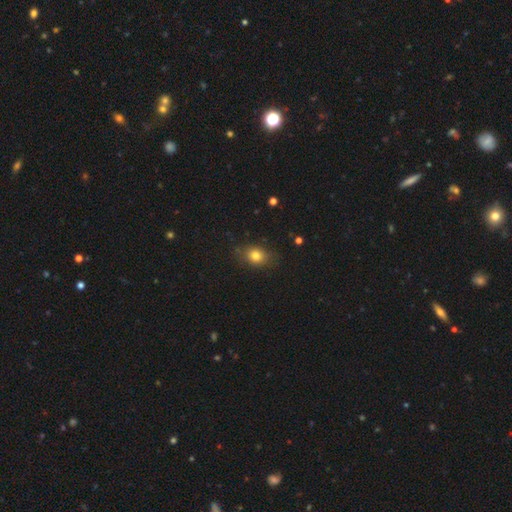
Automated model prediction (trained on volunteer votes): This appears to be a smooth galaxy with no disk features (79%) that is in between round and cigar-shaped (52%). Merging: none (79%).